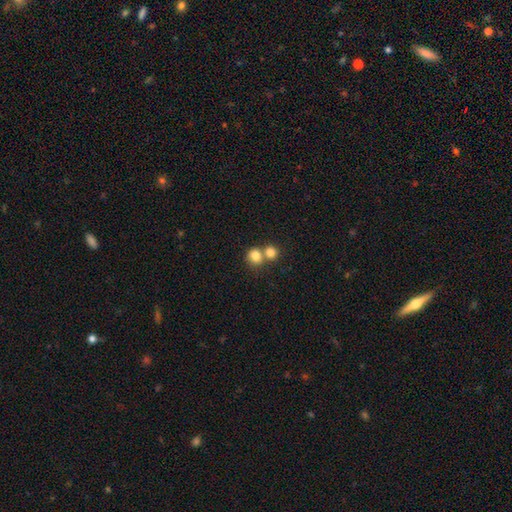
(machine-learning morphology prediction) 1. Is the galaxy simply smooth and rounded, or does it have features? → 81% smooth, 10% star or artifact, 8% featured or disk.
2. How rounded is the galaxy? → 80% round, 19% in between, 1% cigar-shaped.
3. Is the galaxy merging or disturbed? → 50% merger, 42% none, 6% minor disturbance, 2% major disturbance.